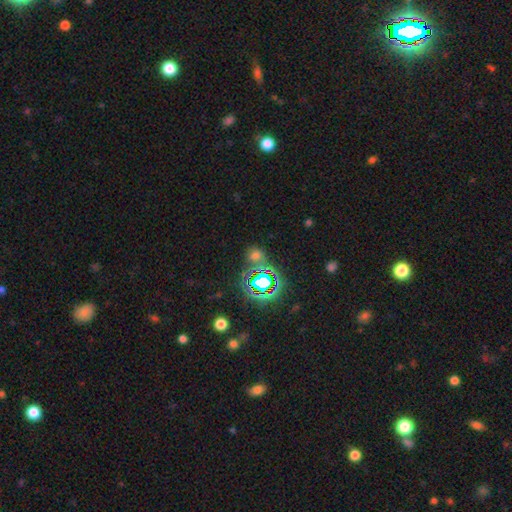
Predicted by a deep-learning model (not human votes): Morphology: type=star or artifact (48%).